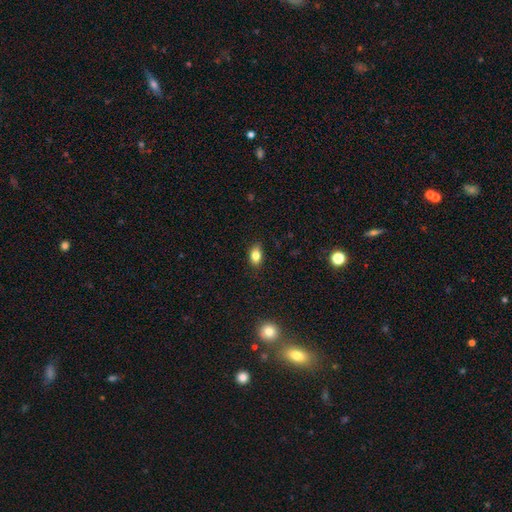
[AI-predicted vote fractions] A smooth galaxy with no disk features (82%) that is in between round and cigar-shaped (83%). Merging: none (85%).